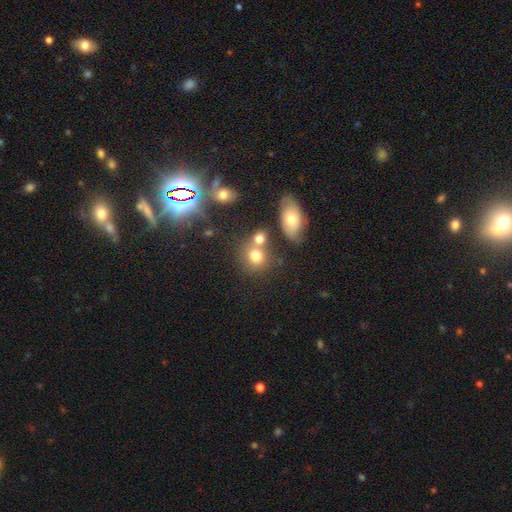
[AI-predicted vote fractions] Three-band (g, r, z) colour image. It shows a smooth galaxy with no disk features (73%) that is round (66%). Merging: none (48%).